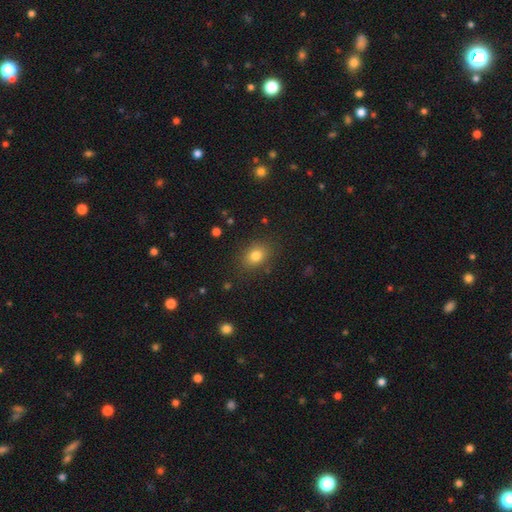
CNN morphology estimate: Smooth or featured: smooth — 81% (star or artifact — 12%)
How rounded: in between — 66% (round — 33%)
Merging: none — 83% (minor disturbance — 11%)